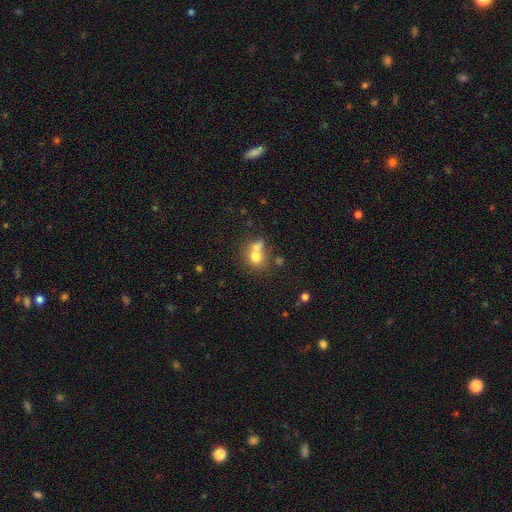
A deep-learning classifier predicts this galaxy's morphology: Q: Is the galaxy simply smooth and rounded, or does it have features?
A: smooth — 71%.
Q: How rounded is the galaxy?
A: round — 72%.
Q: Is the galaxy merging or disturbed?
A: merger — 47%.